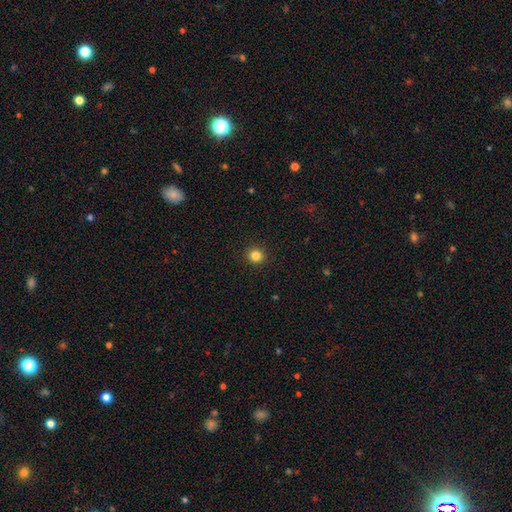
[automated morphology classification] Smooth or featured? Predicted: smooth (p=0.83). How rounded? Predicted: round (p=0.93). Merging? Predicted: none (p=0.93).